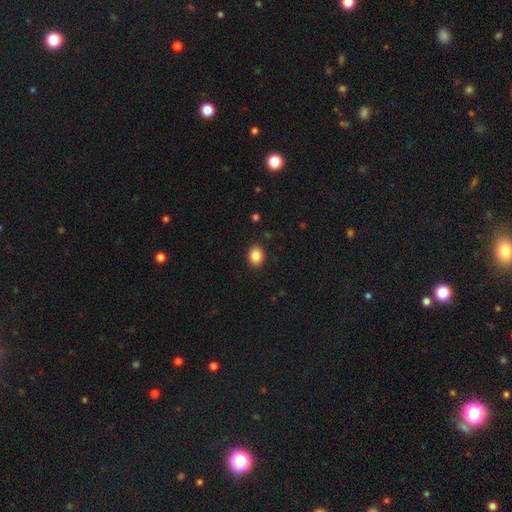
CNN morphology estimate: The model was most divided on "how rounded": in between: 51%, round: 48%, cigar-shaped: 1%. More confident: merging — none (90%); smooth or featured — smooth (87%).